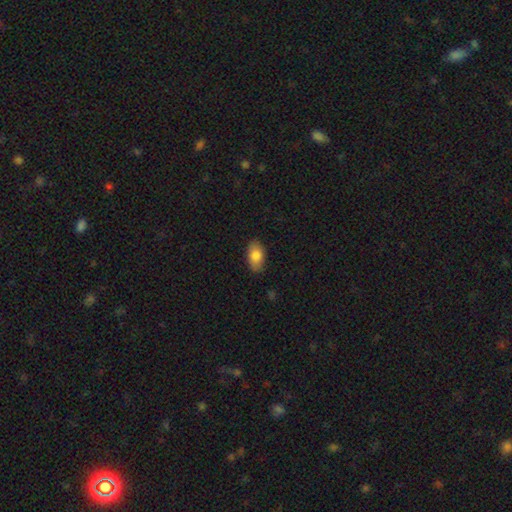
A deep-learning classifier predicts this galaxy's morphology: Smooth or featured?
  - smooth: 83% *
  - featured or disk: 10%
  - star or artifact: 7%
How rounded?
  - in between: 93% *
  - round: 5%
  - cigar-shaped: 2%
Merging?
  - none: 86% *
  - minor disturbance: 11%
  - major disturbance: 2%
  - merger: 1%